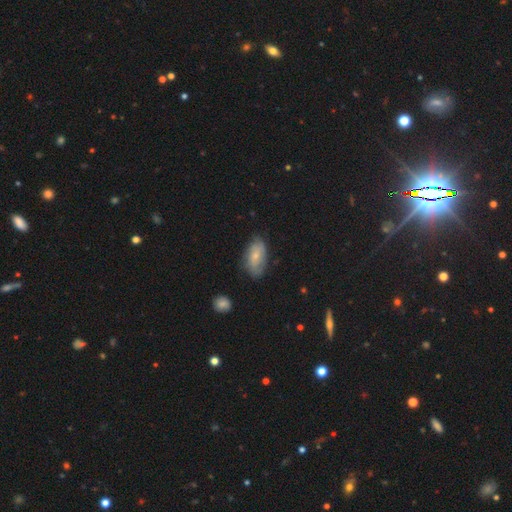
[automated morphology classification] type=smooth (64%); roundness=in between (92%); merging=none (64%).